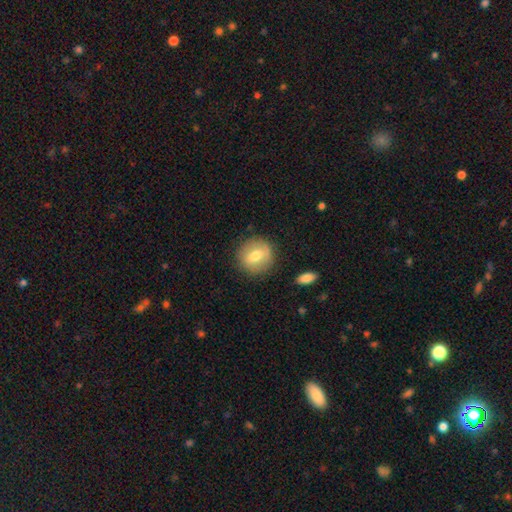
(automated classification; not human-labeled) Smooth or featured? smooth (65%)
How rounded? round (87%)
Merging? none (85%)